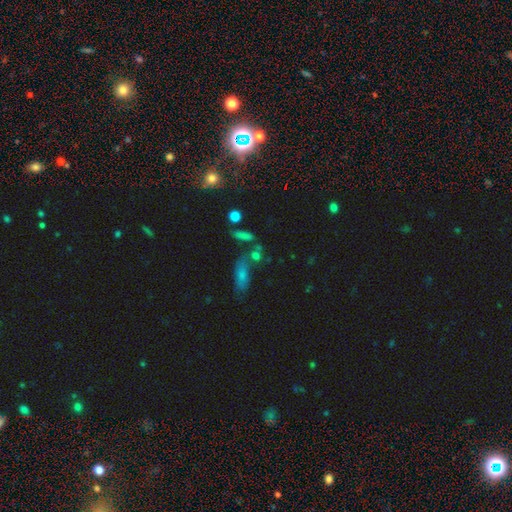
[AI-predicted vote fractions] Smooth or featured: smooth — 65% (star or artifact — 19%)
How rounded: in between — 49% (cigar-shaped — 26%)
Merging: none — 50% (merger — 28%)